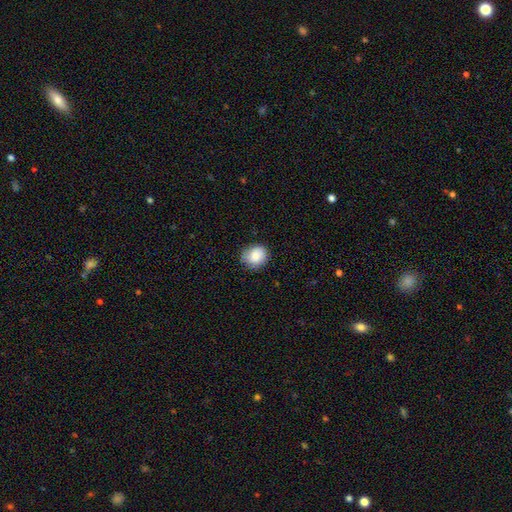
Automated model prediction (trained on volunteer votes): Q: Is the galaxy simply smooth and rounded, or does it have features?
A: smooth — 83%.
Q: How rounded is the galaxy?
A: round — 77%.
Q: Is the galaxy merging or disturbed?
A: none — 80%.